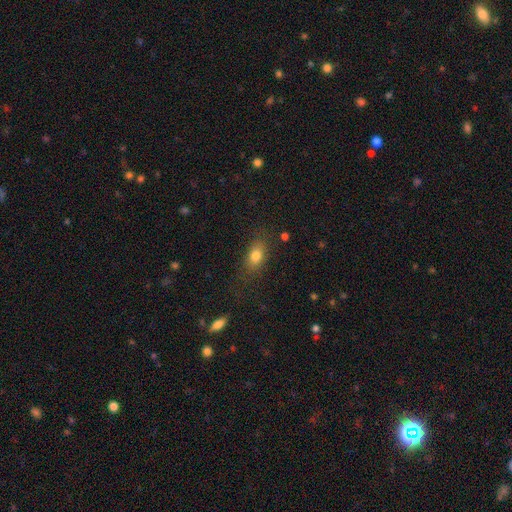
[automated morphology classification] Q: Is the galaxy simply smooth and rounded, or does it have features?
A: smooth — 79%.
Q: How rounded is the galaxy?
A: in between — 80%.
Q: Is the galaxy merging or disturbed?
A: none — 76%.